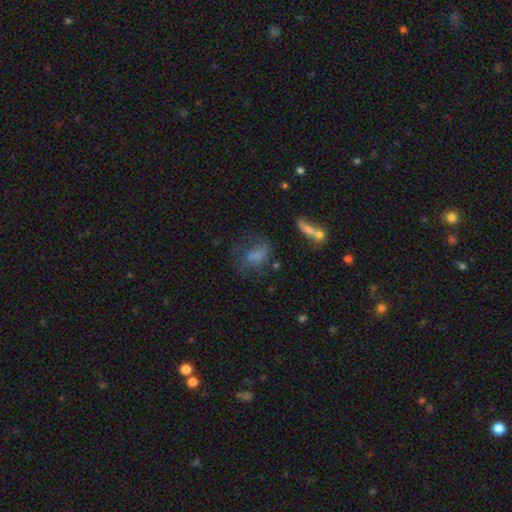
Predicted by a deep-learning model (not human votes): Q: Smooth or featured?
A: smooth (60%); runner-up: featured or disk (25%)
Q: How rounded?
A: in between (67%); runner-up: round (30%)
Q: Merging?
A: none (35%); runner-up: major disturbance (34%)